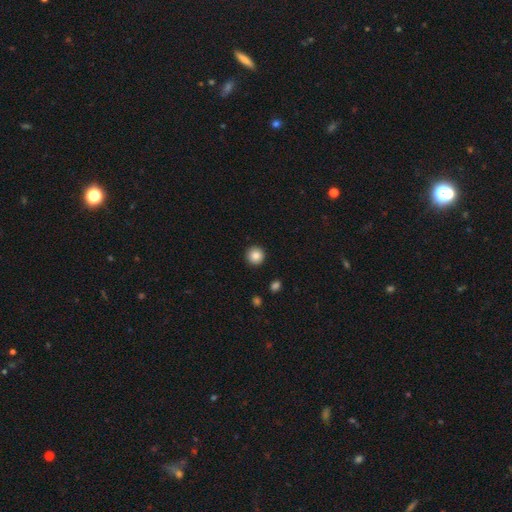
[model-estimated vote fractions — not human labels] A smooth galaxy with no disk features (87%) that is round (95%). Merging: none (93%).